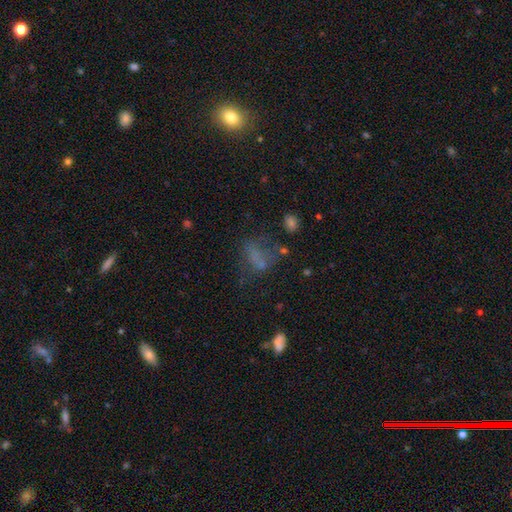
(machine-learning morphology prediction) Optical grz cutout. It shows a smooth galaxy with no disk features (46%). Merging: none (39%).